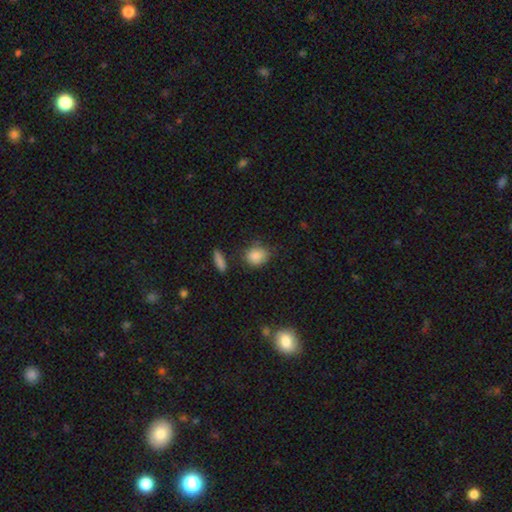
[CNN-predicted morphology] Smooth or featured: smooth — 85% (star or artifact — 9%)
How rounded: round — 62% (in between — 36%)
Merging: none — 71% (minor disturbance — 19%)